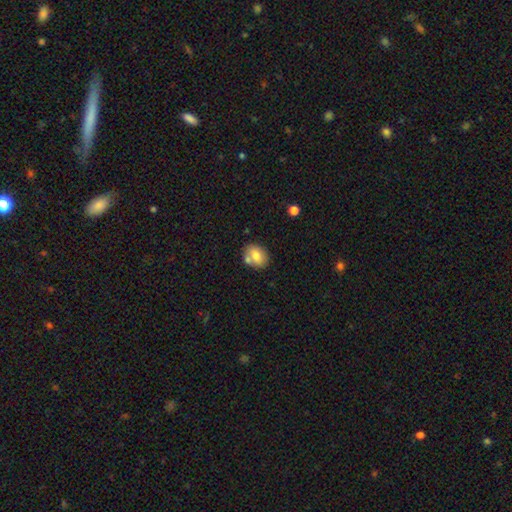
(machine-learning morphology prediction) This appears to be a smooth galaxy with no disk features (75%) that is in between round and cigar-shaped (63%). Merging: none (64%).